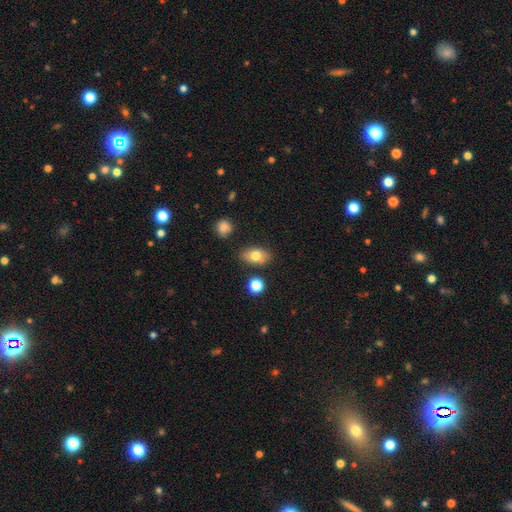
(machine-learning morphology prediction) This appears to be a smooth galaxy with no disk features (76%) that is in between round and cigar-shaped (85%). Merging: none (81%).